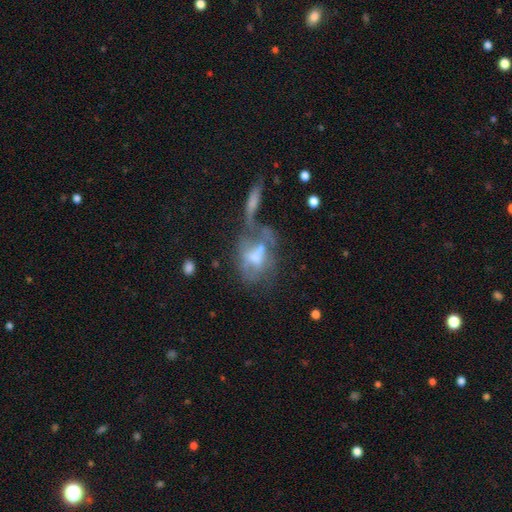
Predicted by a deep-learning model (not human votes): This is possibly a featured or disk galaxy (54%). It is clearly not viewed edge-on (92%). Bar: possibly no (59%). Spiral arm pattern: likely no (64%). Central bulge: marginally moderate (37%). Merging: marginally merger (40%).